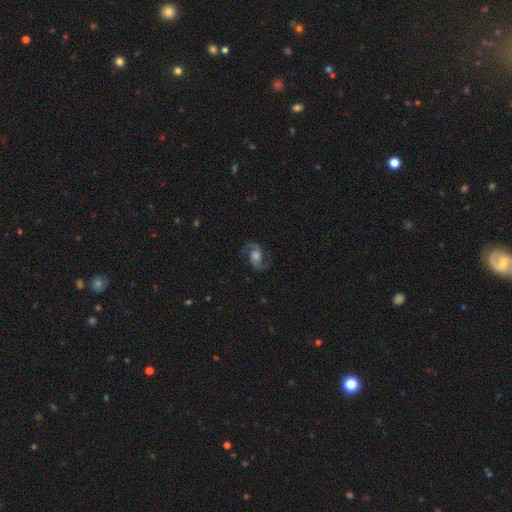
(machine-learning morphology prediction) This is clearly a featured or disk galaxy (82%). It is clearly not viewed edge-on (97%). Bar: possibly no (52%). Spiral arm pattern: clearly yes (96%). Spiral arm count: clearly 2 (93%). Spiral winding: possibly medium (48%). Central bulge: marginally moderate (37%). Merging: likely none (78%).